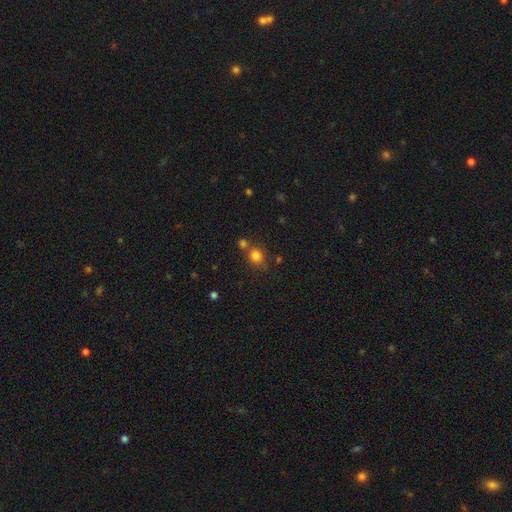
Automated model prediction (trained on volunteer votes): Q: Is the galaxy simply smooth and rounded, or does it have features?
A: smooth — 80%.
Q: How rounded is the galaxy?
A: round — 79%.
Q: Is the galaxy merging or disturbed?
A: none — 63%.